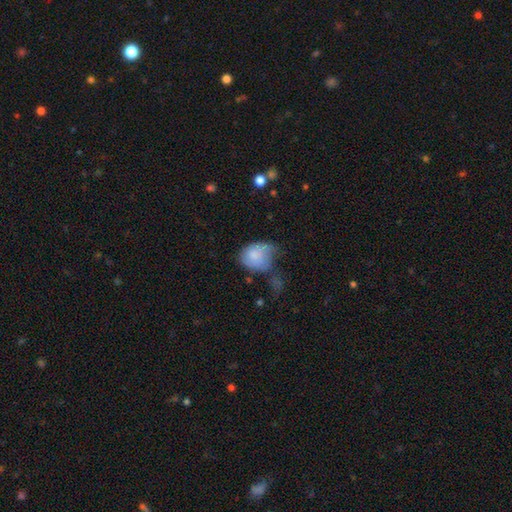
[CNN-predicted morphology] A smooth galaxy with no disk features (77%) that is round (50%).

Vote fractions:
- Smooth or featured? smooth: 77% / featured or disk: 16% / star or artifact: 7%
- How rounded? round: 50% / in between: 49% / cigar-shaped: 1%
- Merging? minor disturbance: 36% / none: 26% / major disturbance: 26% / merger: 12%